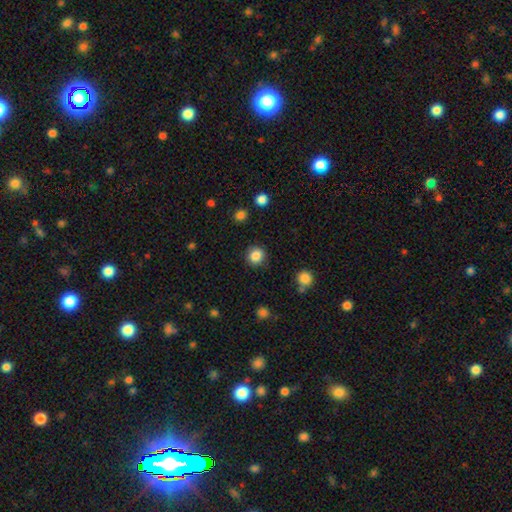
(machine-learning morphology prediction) smooth_or_featured: smooth (p=0.86) [alt: star or artifact p=0.10]
how_rounded: round (p=0.92) [alt: in between p=0.07]
merging: none (p=0.90) [alt: minor disturbance p=0.06]